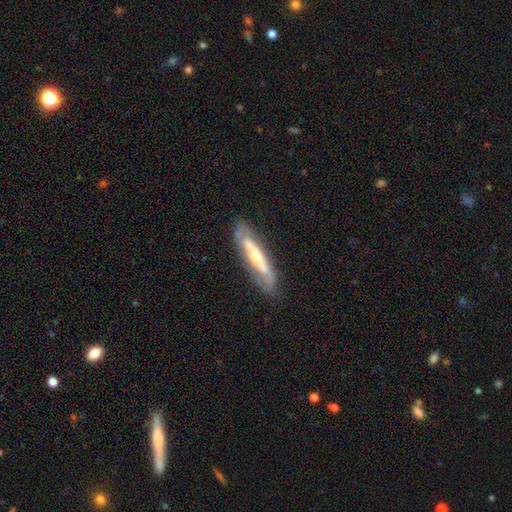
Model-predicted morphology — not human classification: Smooth or featured?
  - featured or disk: 65% *
  - smooth: 29%
  - star or artifact: 6%
Edge-on disk?
  - yes: 54% *
  - no: 46%
Merging?
  - none: 78% *
  - minor disturbance: 16%
  - major disturbance: 5%
  - merger: 2%